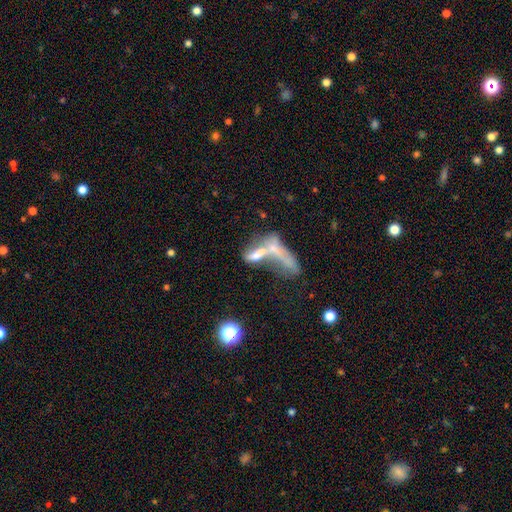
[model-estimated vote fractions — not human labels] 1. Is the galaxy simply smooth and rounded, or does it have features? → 44% featured or disk, 39% smooth, 17% star or artifact.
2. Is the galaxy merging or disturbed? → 55% merger, 18% major disturbance, 18% none, 9% minor disturbance.